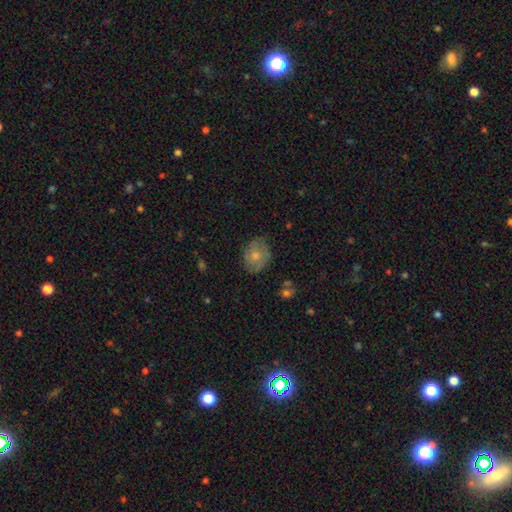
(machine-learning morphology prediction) Smooth or featured? Predicted: smooth (p=0.58). How rounded? Predicted: in between (p=0.51). Merging? Predicted: none (p=0.74).